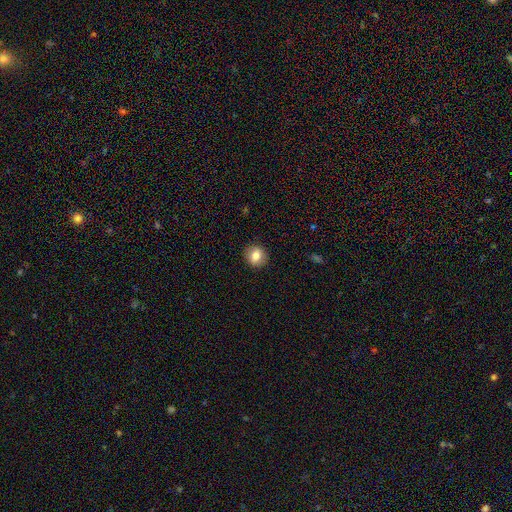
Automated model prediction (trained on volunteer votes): Q: Smooth or featured?
A: smooth (79%); runner-up: featured or disk (12%)
Q: How rounded?
A: round (85%); runner-up: in between (14%)
Q: Merging?
A: none (91%); runner-up: minor disturbance (6%)